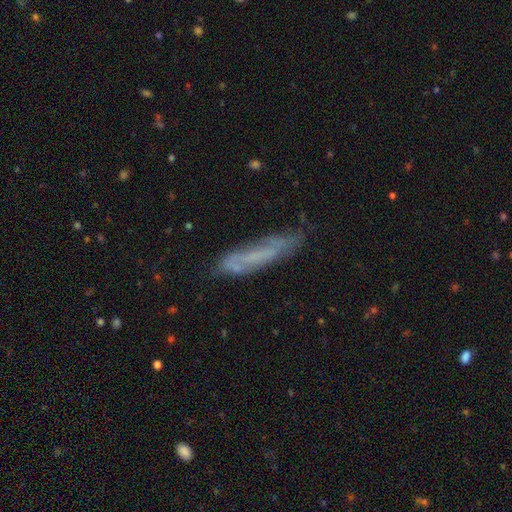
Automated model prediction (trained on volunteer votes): Smooth or featured? smooth (45%)
Merging? none (69%)